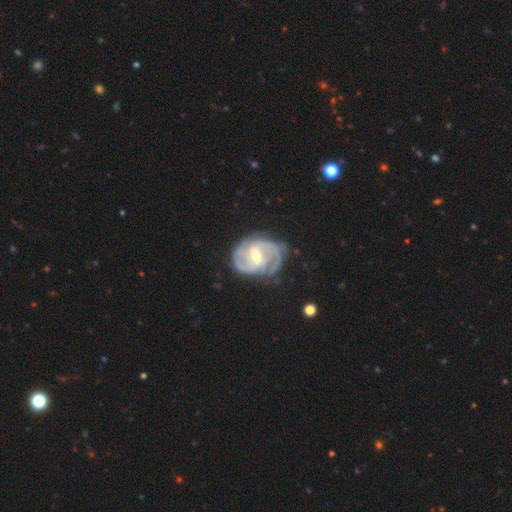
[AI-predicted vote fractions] Smooth or featured: featured or disk — 89% (smooth — 6%)
Edge-on disk: no — 98% (yes — 2%)
Bar: weak — 54% (strong — 27%)
Spiral arms: yes — 97% (no — 3%)
Spiral winding: medium — 45% (tight — 44%)
Spiral arm count: 2 — 62% (3 — 17%)
Bulge size: moderate — 53% (small — 43%)
Merging: none — 71% (minor disturbance — 20%)